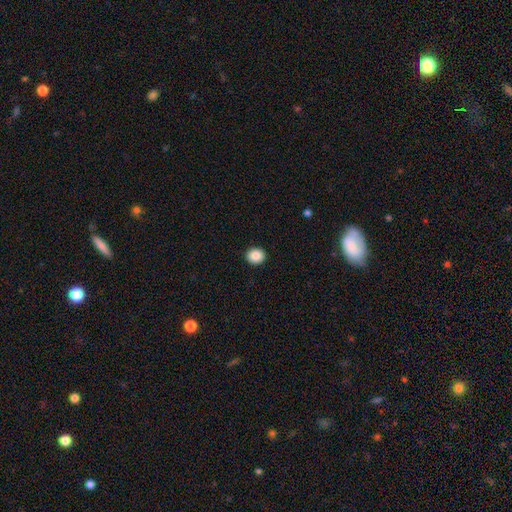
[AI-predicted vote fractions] A smooth galaxy with no disk features (87%) that is round (75%). Merging: none (92%).